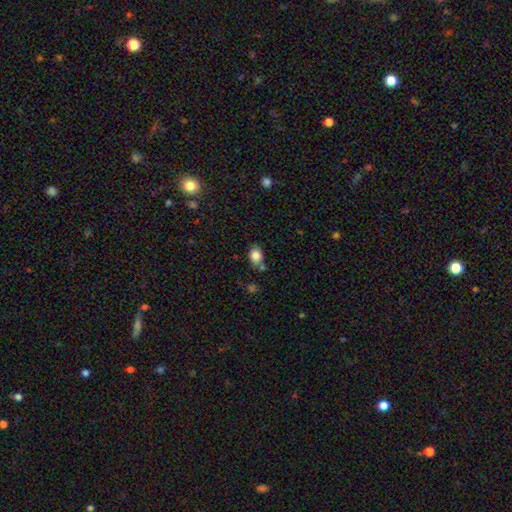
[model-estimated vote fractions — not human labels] This is clearly a smooth galaxy (85%). How rounded: possibly in between (58%). Merging: likely none (64%).